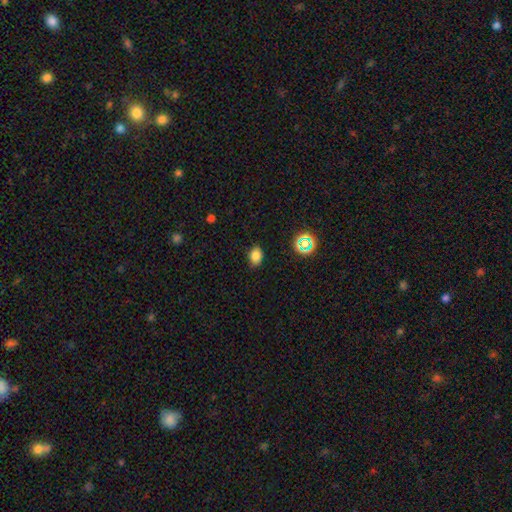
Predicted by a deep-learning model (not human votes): Overall: smooth (79%). How rounded: in between (73%). Merging: none (83%).